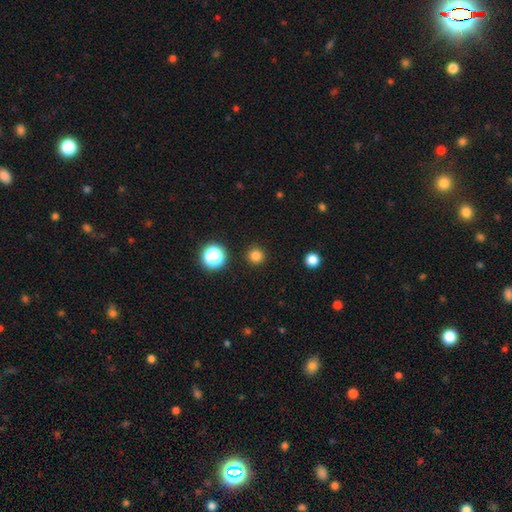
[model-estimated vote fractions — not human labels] A smooth galaxy with no disk features (80%) that is round (96%). Merging: none (92%).